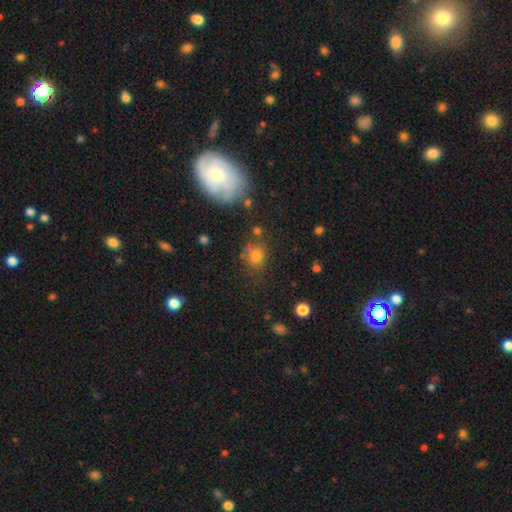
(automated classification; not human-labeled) A smooth galaxy with no disk features (71%) that is round (68%). Merging: none (64%).